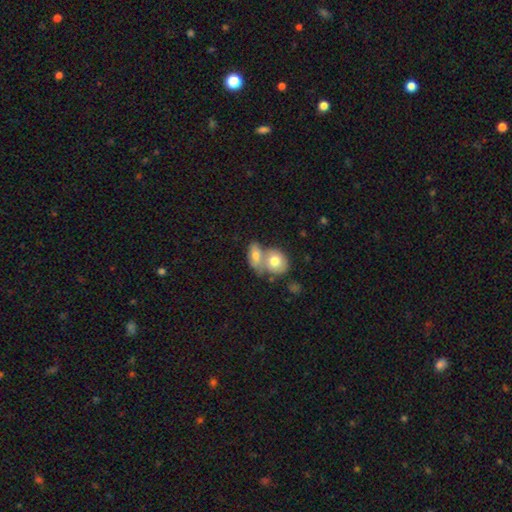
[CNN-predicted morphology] A smooth galaxy with no disk features (73%) that is in between round and cigar-shaped (75%). Merging: merger (65%).